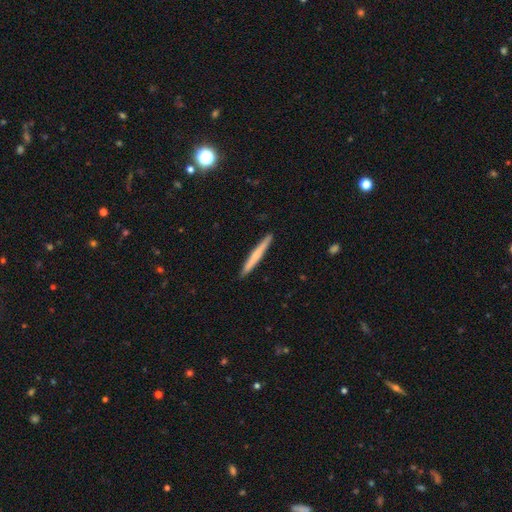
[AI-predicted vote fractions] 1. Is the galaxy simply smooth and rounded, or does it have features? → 56% smooth, 39% featured or disk, 6% star or artifact.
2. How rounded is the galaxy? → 97% cigar-shaped, 2% in between, 1% round.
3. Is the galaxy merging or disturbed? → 92% none, 6% minor disturbance, 1% major disturbance, 1% merger.